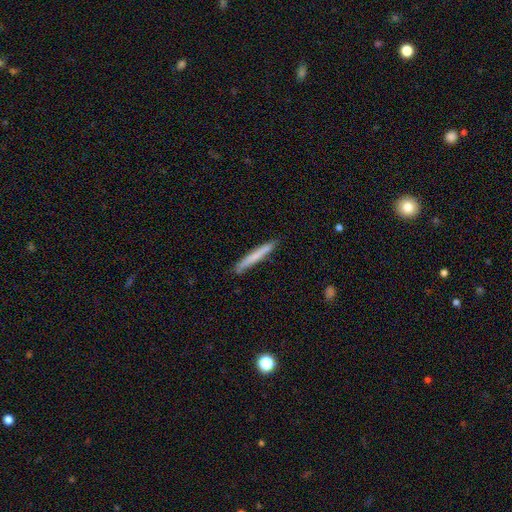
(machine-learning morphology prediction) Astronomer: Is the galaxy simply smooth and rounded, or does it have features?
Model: smooth — 69%.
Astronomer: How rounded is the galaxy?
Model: cigar-shaped — 97%.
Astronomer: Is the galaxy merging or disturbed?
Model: none — 88%.